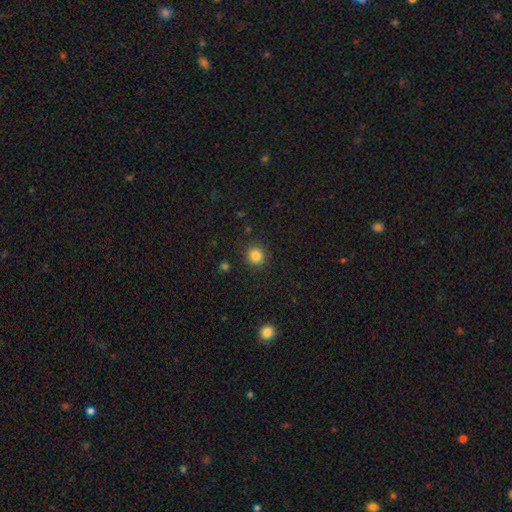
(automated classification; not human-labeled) A smooth galaxy with no disk features (84%) that is round (90%). Merging: none (90%).